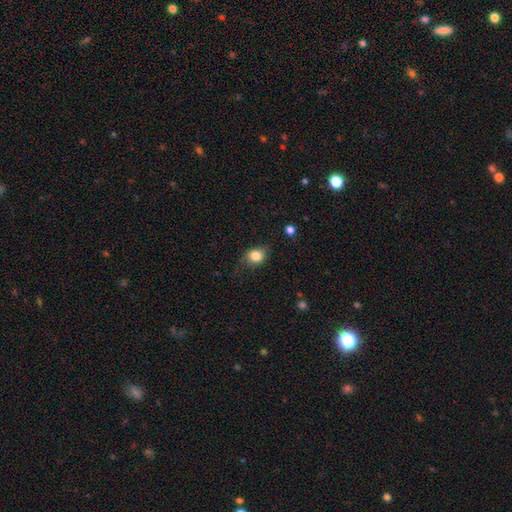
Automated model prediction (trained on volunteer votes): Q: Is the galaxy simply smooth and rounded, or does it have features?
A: smooth — 81%.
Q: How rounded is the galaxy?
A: round — 50%.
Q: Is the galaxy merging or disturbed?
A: none — 68%.